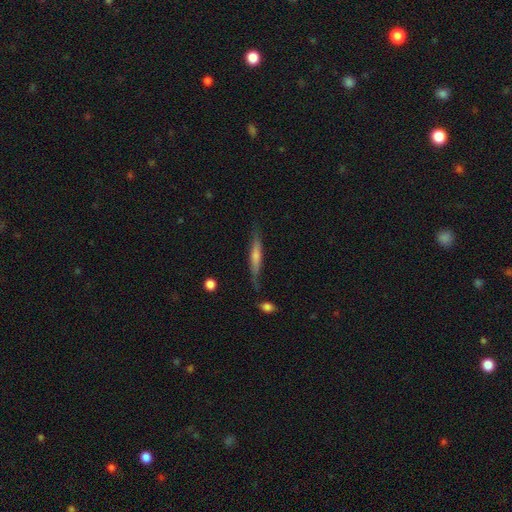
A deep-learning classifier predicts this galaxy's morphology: Smooth or featured? featured or disk (61%)
Edge-on disk? yes (94%)
Edge-on bulge? rounded (61%)
Merging? none (80%)